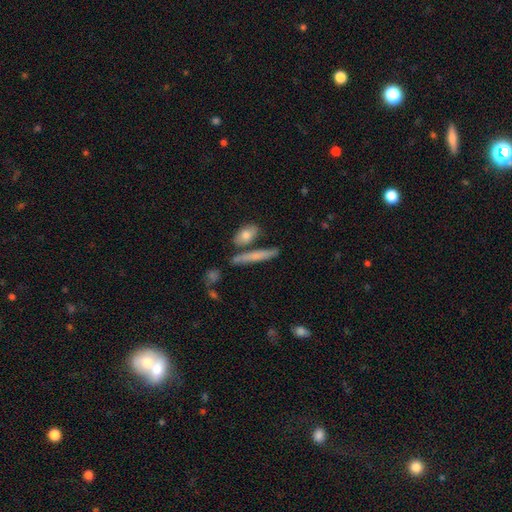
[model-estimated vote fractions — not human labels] A smooth galaxy with no disk features (61%) that is cigar-shaped (79%). Merging: none (71%).